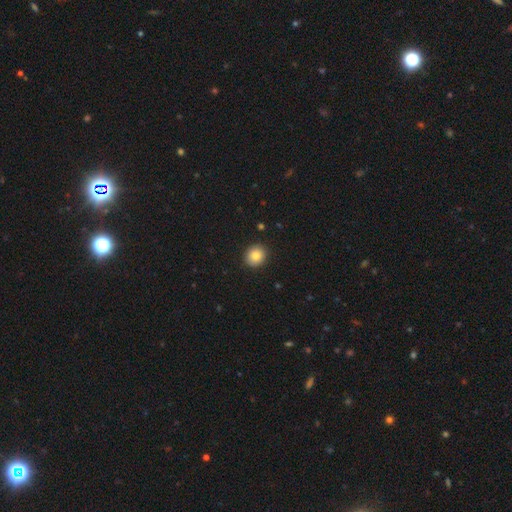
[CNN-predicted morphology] A smooth galaxy with no disk features (82%) that is round (80%).

Vote fractions:
- Smooth or featured? smooth: 82% / star or artifact: 9% / featured or disk: 8%
- How rounded? round: 80% / in between: 20% / cigar-shaped: 1%
- Merging? none: 91% / minor disturbance: 6% / major disturbance: 2% / merger: 1%